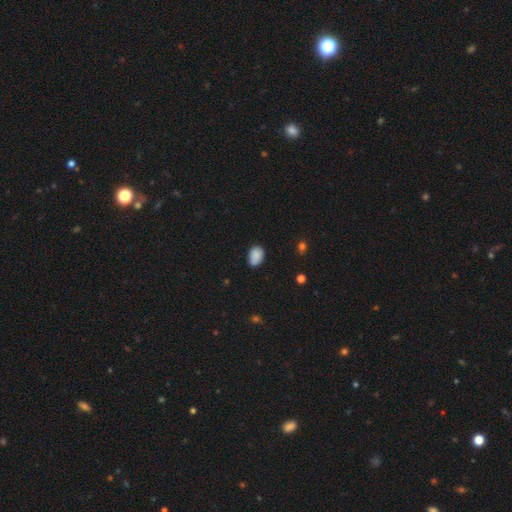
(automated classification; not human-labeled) This is clearly a smooth galaxy (86%). How rounded: likely in between (79%). Merging: likely none (68%).